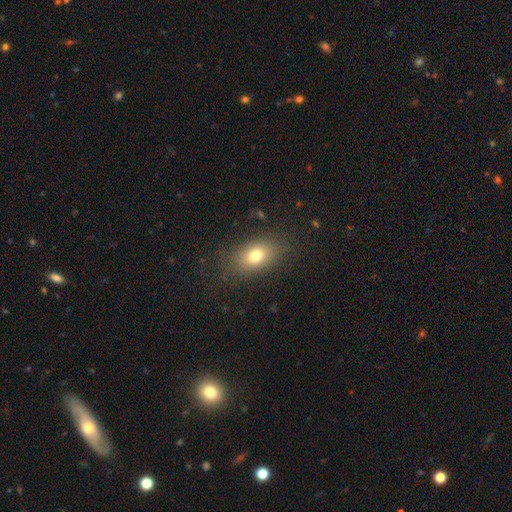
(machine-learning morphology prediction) Smooth or featured?
  - smooth: 76% *
  - featured or disk: 13%
  - star or artifact: 11%
How rounded?
  - in between: 82% *
  - round: 16%
  - cigar-shaped: 2%
Merging?
  - none: 82% *
  - minor disturbance: 11%
  - major disturbance: 5%
  - merger: 1%